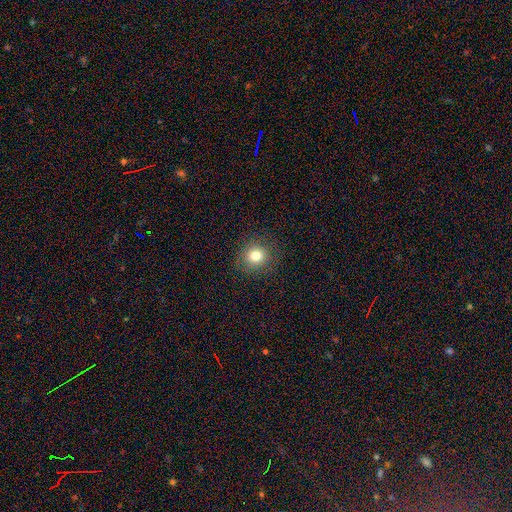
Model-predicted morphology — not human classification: A smooth galaxy with no disk features (79%) that is round (87%). Merging: none (88%).